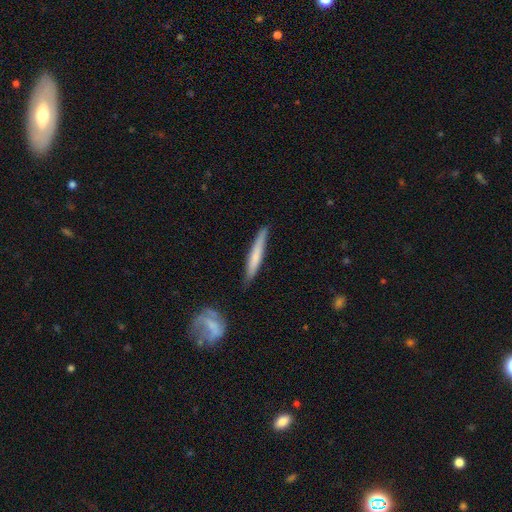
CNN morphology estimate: A smooth galaxy with no disk features (60%) that is cigar-shaped (95%). Merging: none (81%).